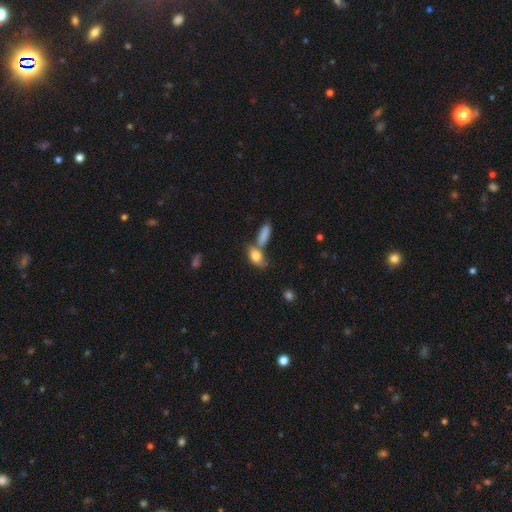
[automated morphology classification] Smooth or featured: smooth — 77% (featured or disk — 14%)
How rounded: in between — 81% (cigar-shaped — 10%)
Merging: none — 40% (merger — 39%)